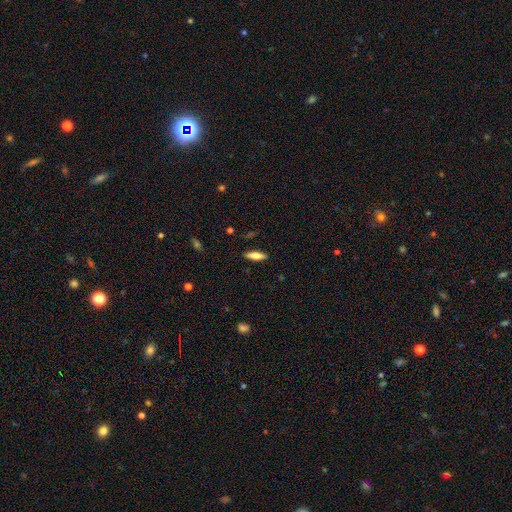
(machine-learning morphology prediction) smooth-or-featured: smooth: 66% | featured or disk: 27% | star or artifact: 7%
  how-rounded: cigar-shaped: 58% | in between: 40% | round: 2%
  merging: none: 89% | minor disturbance: 8% | major disturbance: 2% | merger: 1%